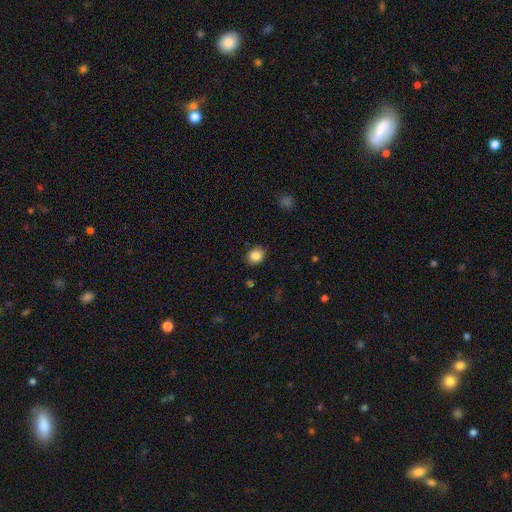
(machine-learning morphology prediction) This is clearly a smooth galaxy (86%). How rounded: likely round (62%). Merging: clearly none (87%).